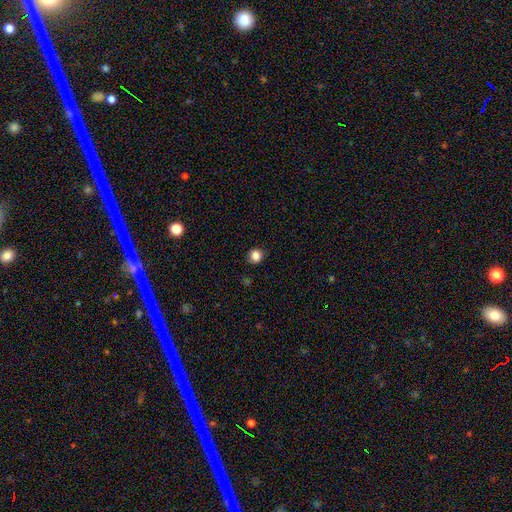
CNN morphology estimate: A smooth galaxy with no disk features (85%) that is round (89%).

Vote fractions:
- Smooth or featured? smooth: 85% / star or artifact: 11% / featured or disk: 4%
- How rounded? round: 89% / in between: 10% / cigar-shaped: 1%
- Merging? none: 89% / minor disturbance: 8% / major disturbance: 2% / merger: 1%